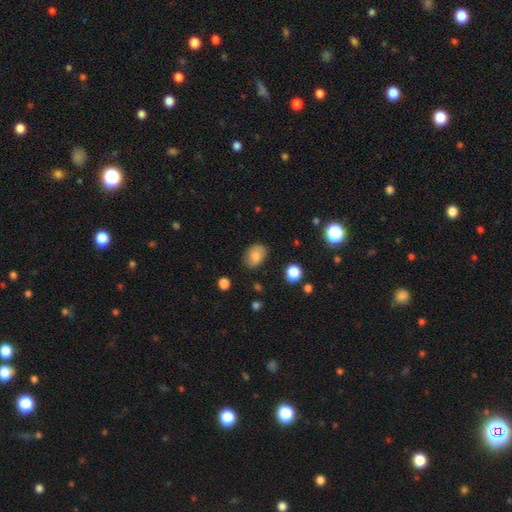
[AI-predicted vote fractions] This appears to be a smooth galaxy with no disk features (76%) that is in between round and cigar-shaped (71%). Merging: none (76%).